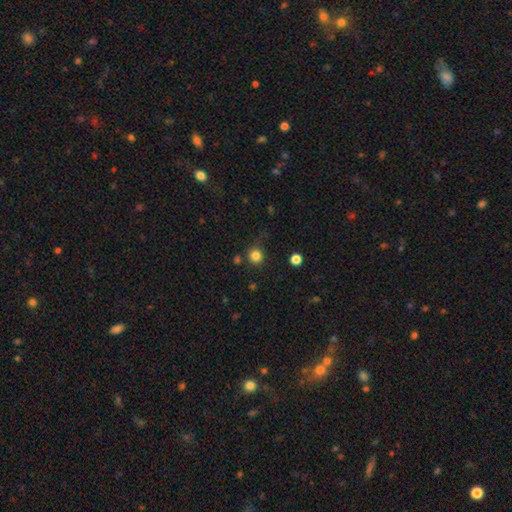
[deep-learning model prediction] Smooth or featured: smooth — 83% (star or artifact — 13%)
How rounded: round — 92% (in between — 7%)
Merging: none — 83% (minor disturbance — 10%)